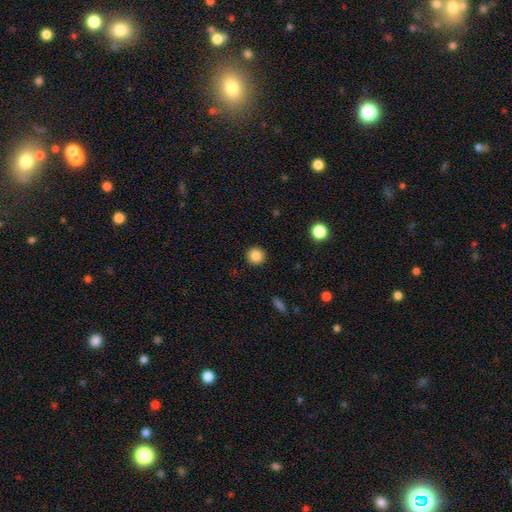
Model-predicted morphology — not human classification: Smooth or featured? smooth (86%)
How rounded? round (93%)
Merging? none (91%)